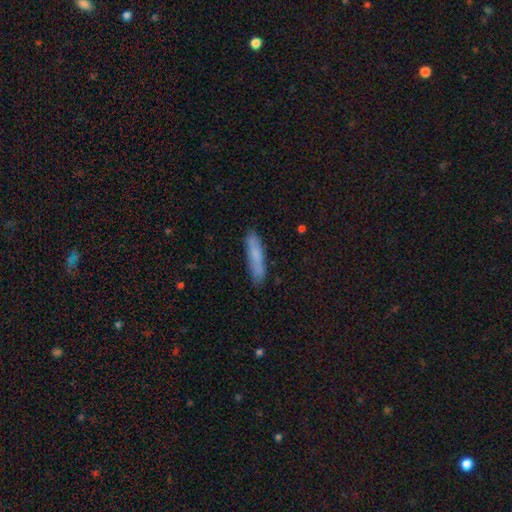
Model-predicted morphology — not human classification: Smooth or featured?
  - smooth: 75% *
  - featured or disk: 18%
  - star or artifact: 7%
How rounded?
  - cigar-shaped: 86% *
  - in between: 13%
  - round: 1%
Merging?
  - none: 81% *
  - minor disturbance: 14%
  - major disturbance: 3%
  - merger: 2%